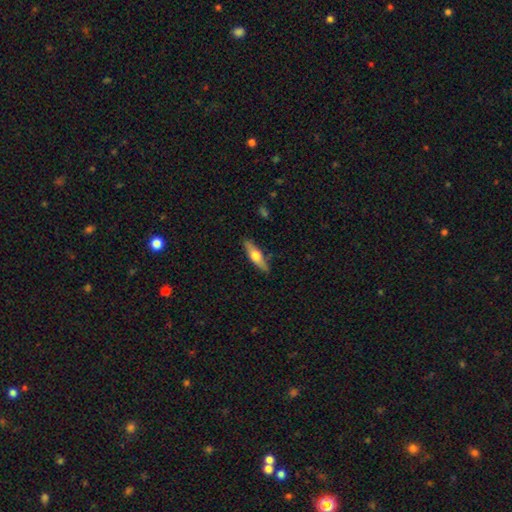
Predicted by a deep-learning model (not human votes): smooth-or-featured: smooth: 51% | featured or disk: 44% | star or artifact: 6%
  how-rounded: cigar-shaped: 64% | in between: 33% | round: 2%
  merging: none: 85% | minor disturbance: 11% | major disturbance: 2% | merger: 2%